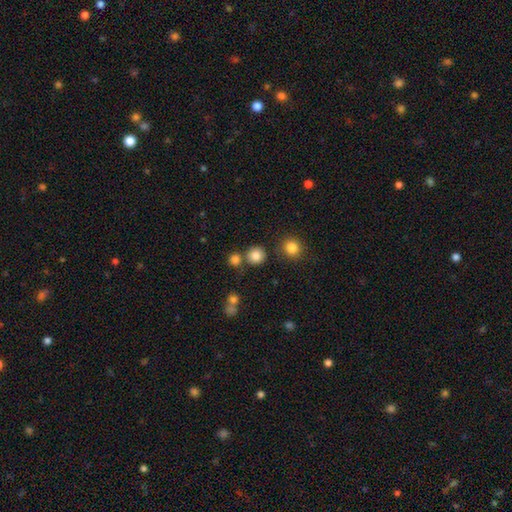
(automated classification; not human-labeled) Smooth or featured? Predicted: smooth (p=0.82). How rounded? Predicted: round (p=0.91). Merging? Predicted: none (p=0.77).